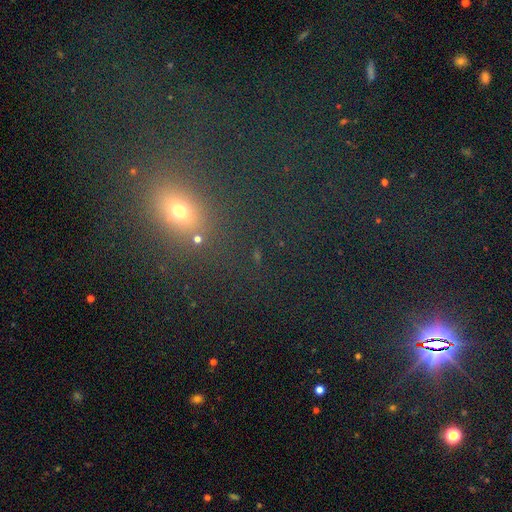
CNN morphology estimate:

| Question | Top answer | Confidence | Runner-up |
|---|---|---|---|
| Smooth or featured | star or artifact | 46% | smooth (43%) |